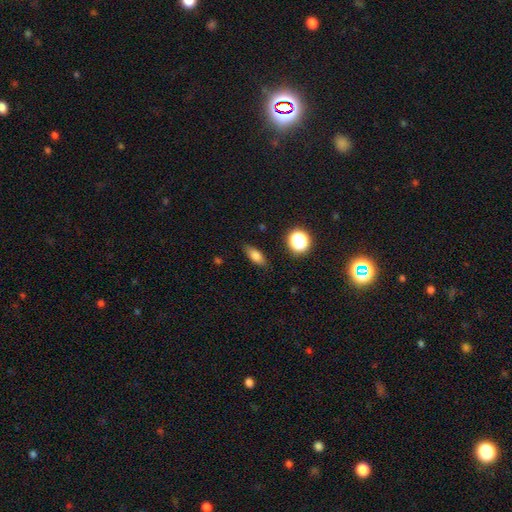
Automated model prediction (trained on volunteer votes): smooth-or-featured: smooth: 77% | featured or disk: 12% | star or artifact: 11%
  how-rounded: in between: 73% | cigar-shaped: 19% | round: 8%
  merging: none: 85% | minor disturbance: 11% | major disturbance: 3% | merger: 1%